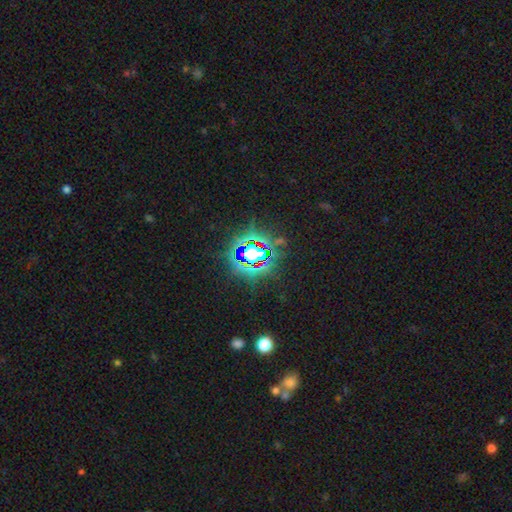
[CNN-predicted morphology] A star or artifact, not a galaxy (78%).